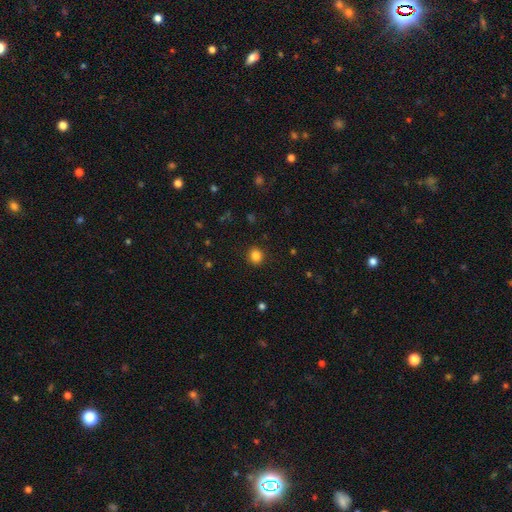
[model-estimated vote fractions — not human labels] smooth-or-featured: smooth: 84% | star or artifact: 12% | featured or disk: 4%
  how-rounded: round: 85% | in between: 14% | cigar-shaped: 1%
  merging: none: 90% | minor disturbance: 6% | major disturbance: 2% | merger: 1%